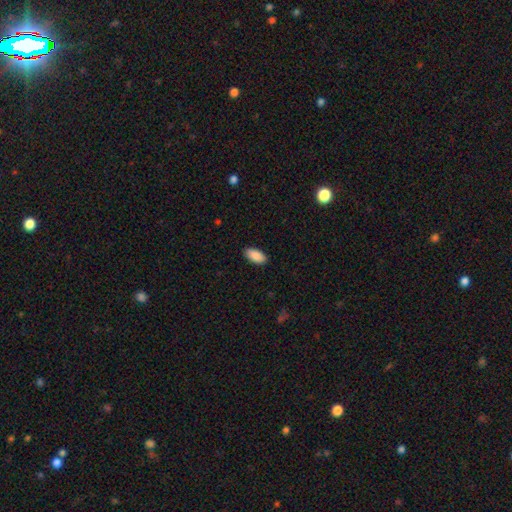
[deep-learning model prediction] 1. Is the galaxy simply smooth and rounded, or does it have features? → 90% smooth, 6% star or artifact, 3% featured or disk.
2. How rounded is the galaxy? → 94% in between, 4% cigar-shaped, 2% round.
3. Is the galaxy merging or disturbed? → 89% none, 8% minor disturbance, 2% major disturbance, 1% merger.